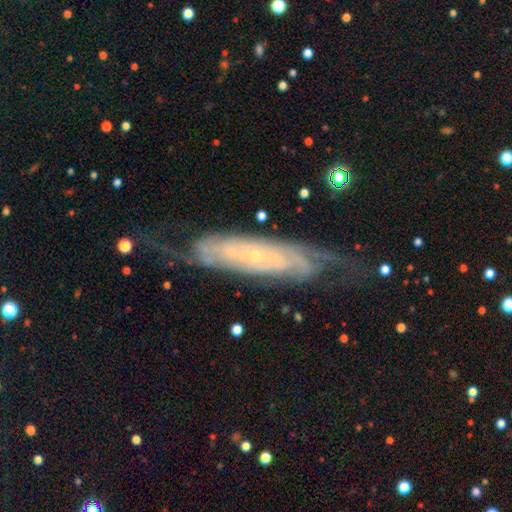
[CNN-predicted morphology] smooth-or-featured: featured or disk: 83% | smooth: 10% | star or artifact: 7%
  disk-edge-on: no: 80% | yes: 20%
    bar: no: 69% | weak: 21% | strong: 10%
    has-spiral-arms: yes: 95% | no: 5%
      spiral-winding: tight: 73% | medium: 22% | loose: 5%
      spiral-arm-count: can't tell: 43% | 2: 27% | 3: 10% | 4: 9% | more than 4: 6% | 1: 5%
    bulge-size: small: 87% | moderate: 8% | none: 3% | large: 1% | dominant: 1%
  merging: none: 69% | minor disturbance: 21% | major disturbance: 9% | merger: 2%